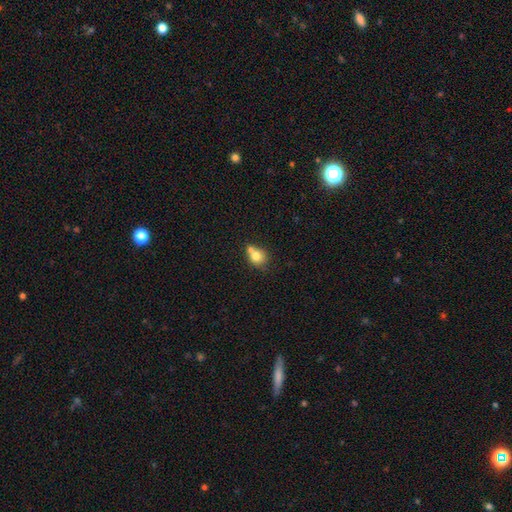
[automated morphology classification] smooth-or-featured: smooth: 76% | featured or disk: 14% | star or artifact: 10%
  how-rounded: round: 72% | in between: 27% | cigar-shaped: 1%
  merging: merger: 45% | none: 40% | minor disturbance: 11% | major disturbance: 4%